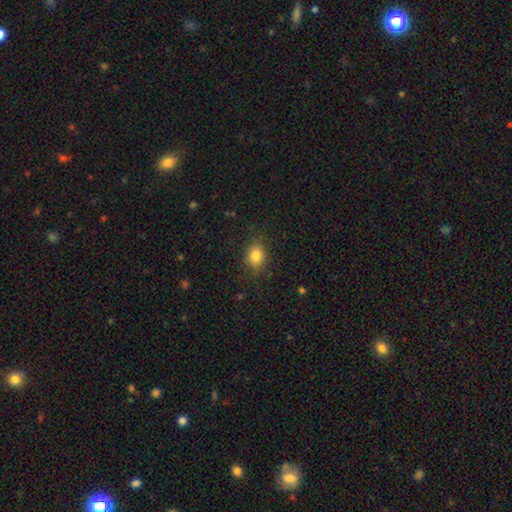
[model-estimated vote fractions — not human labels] Smooth or featured?
  - smooth: 83% *
  - star or artifact: 11%
  - featured or disk: 6%
How rounded?
  - in between: 52% *
  - round: 47%
  - cigar-shaped: 1%
Merging?
  - none: 81% *
  - minor disturbance: 14%
  - major disturbance: 4%
  - merger: 1%